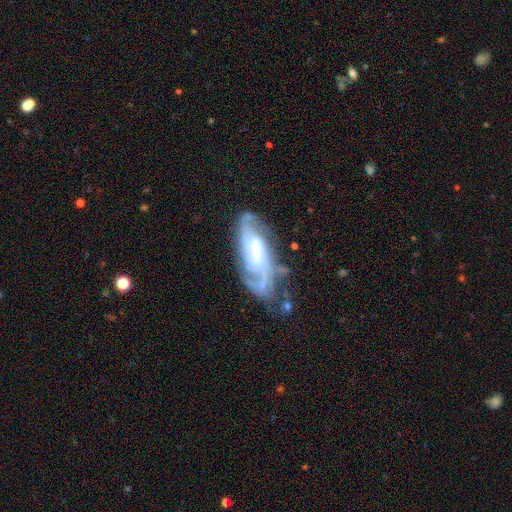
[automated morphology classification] Smooth or featured?
  - featured or disk: 82% *
  - smooth: 11%
  - star or artifact: 7%
Edge-on disk?
  - no: 91% *
  - yes: 9%
Bar?
  - no: 52% *
  - weak: 36%
  - strong: 12%
Spiral arms?
  - yes: 95% *
  - no: 5%
Spiral winding?
  - tight: 53% *
  - medium: 38%
  - loose: 9%
Spiral arm count?
  - 2: 32% *
  - can't tell: 27%
  - 3: 25%
  - 4: 8%
  - 1: 4%
  - more than 4: 4%
Bulge size?
  - small: 56% *
  - moderate: 30%
  - none: 8%
  - large: 4%
  - dominant: 1%
Merging?
  - none: 63% *
  - minor disturbance: 22%
  - major disturbance: 11%
  - merger: 4%